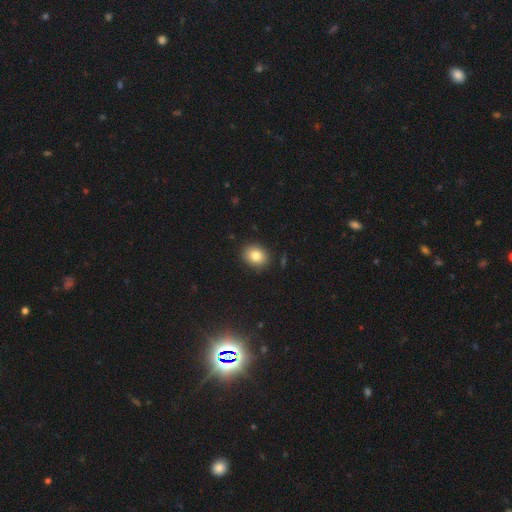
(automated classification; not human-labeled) Morphology: type=smooth (82%); roundness=in between (50%, tied with round); merging=none (88%).